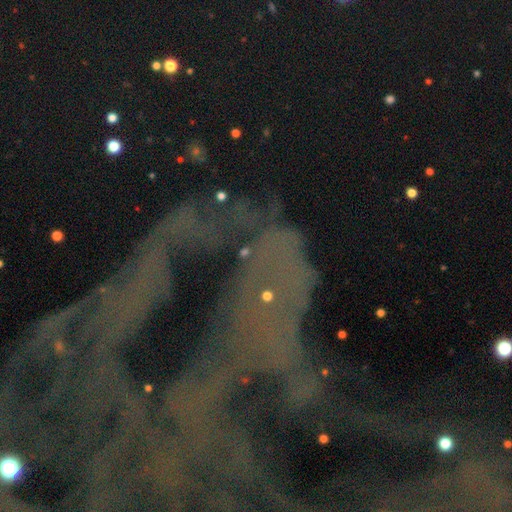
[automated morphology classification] Smooth or featured: star or artifact — 73% (featured or disk — 16%)